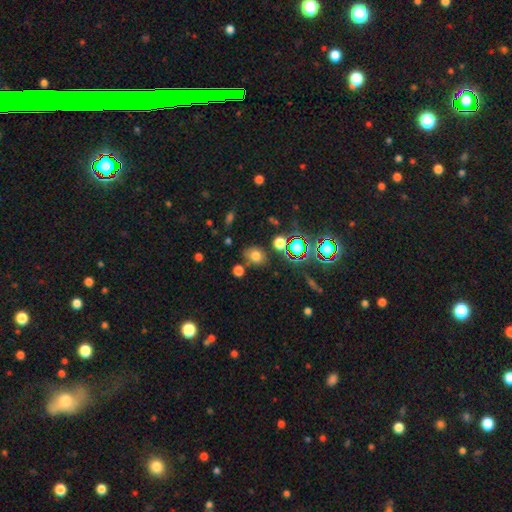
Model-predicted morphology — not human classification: smooth-or-featured: smooth: 70% | star or artifact: 21% | featured or disk: 9%
  how-rounded: round: 56% | in between: 43% | cigar-shaped: 1%
  merging: none: 74% | minor disturbance: 13% | merger: 8% | major disturbance: 4%